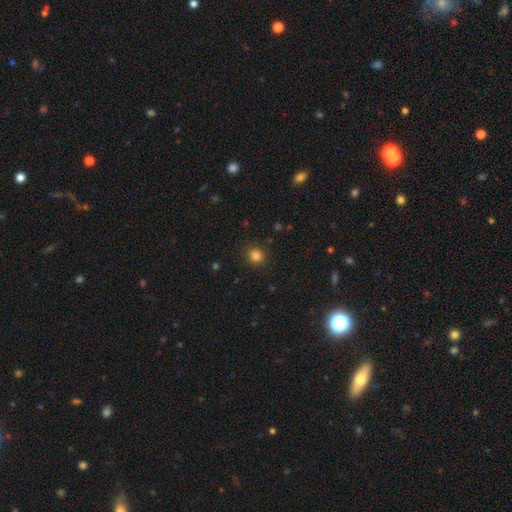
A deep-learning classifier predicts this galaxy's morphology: Q: Smooth or featured?
A: smooth (82%); runner-up: star or artifact (13%)
Q: How rounded?
A: round (89%); runner-up: in between (10%)
Q: Merging?
A: none (90%); runner-up: minor disturbance (6%)